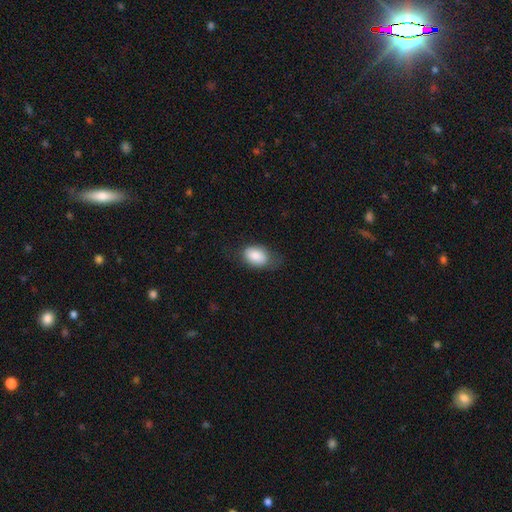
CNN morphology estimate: smooth 85%, featured or disk 9%, star or artifact 7%. Down the decision tree: how rounded — in between (86%); merging — none (61%).